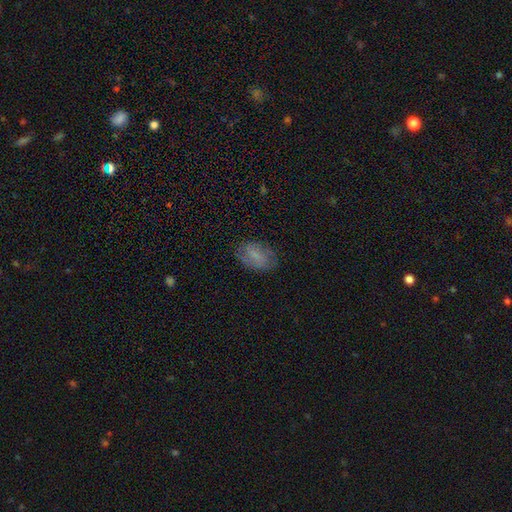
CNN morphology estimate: This is possibly a smooth galaxy (55%). How rounded: clearly in between (86%). Merging: likely none (74%).